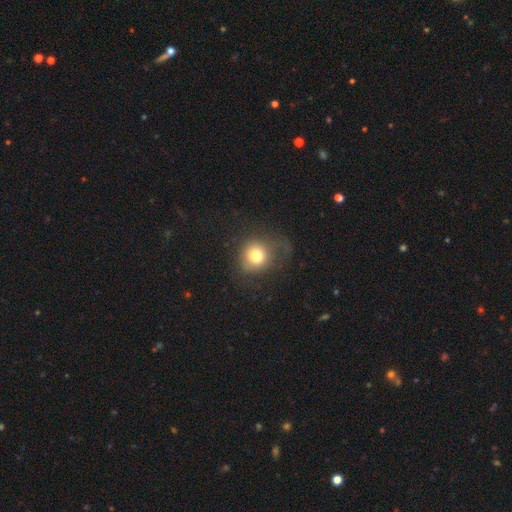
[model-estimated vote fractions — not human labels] Smooth or featured? Predicted: smooth (p=0.76). How rounded? Predicted: round (p=0.83). Merging? Predicted: none (p=0.57).